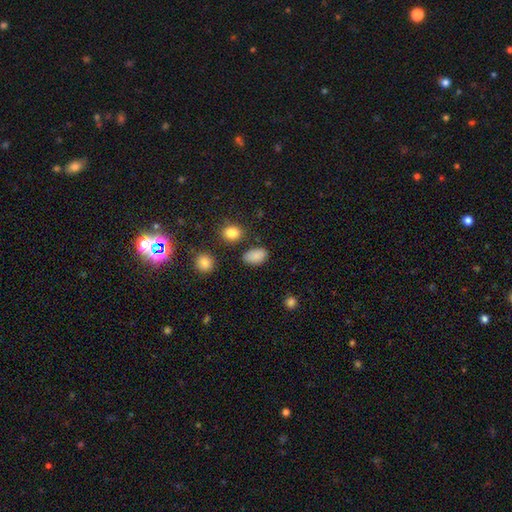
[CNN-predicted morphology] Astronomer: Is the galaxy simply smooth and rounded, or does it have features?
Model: smooth — 86%.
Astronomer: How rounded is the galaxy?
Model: in between — 89%.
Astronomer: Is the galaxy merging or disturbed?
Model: none — 78%.